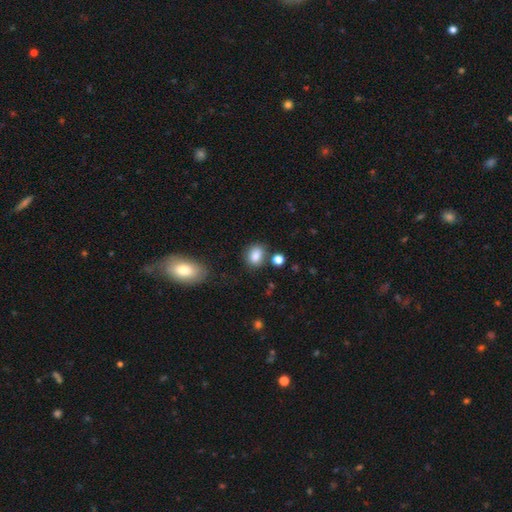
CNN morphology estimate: Smooth or featured? smooth (84%)
How rounded? in between (60%)
Merging? none (72%)